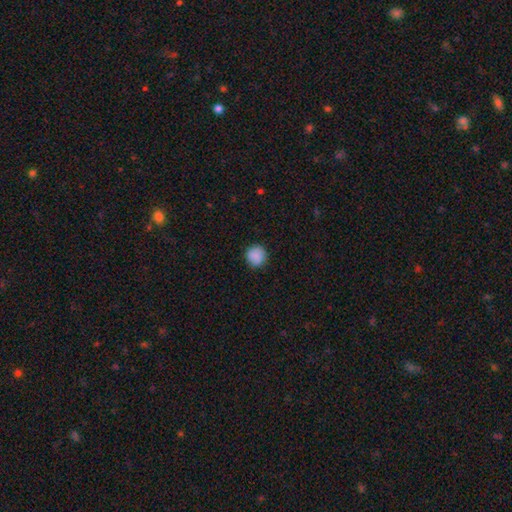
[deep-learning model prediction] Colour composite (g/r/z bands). It shows a smooth galaxy with no disk features (88%) that is round (92%). Merging: none (88%).